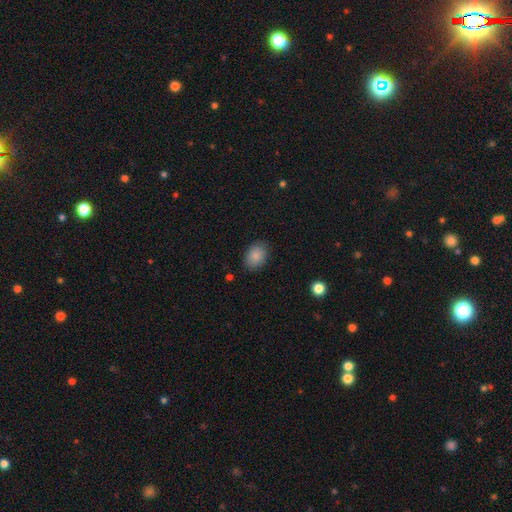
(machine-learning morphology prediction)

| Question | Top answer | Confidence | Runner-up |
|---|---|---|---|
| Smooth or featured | smooth | 87% | star or artifact (8%) |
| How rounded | in between | 72% | round (27%) |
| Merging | none | 85% | minor disturbance (11%) |